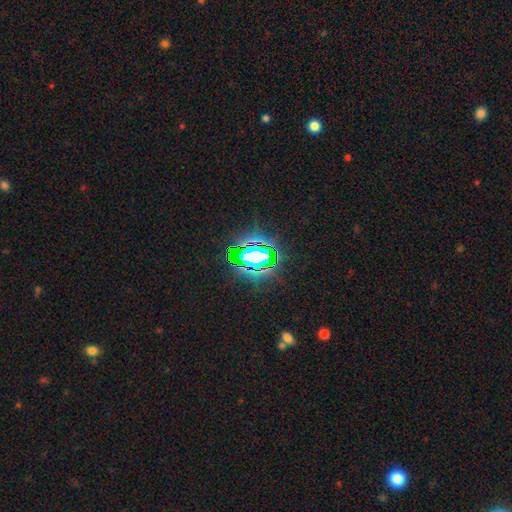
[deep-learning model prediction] Smooth or featured: star or artifact — 80% (smooth — 13%)